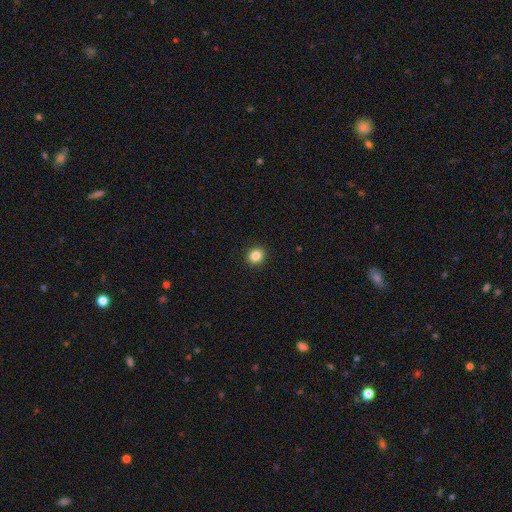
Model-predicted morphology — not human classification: type=smooth (85%); roundness=round (80%); merging=none (92%).